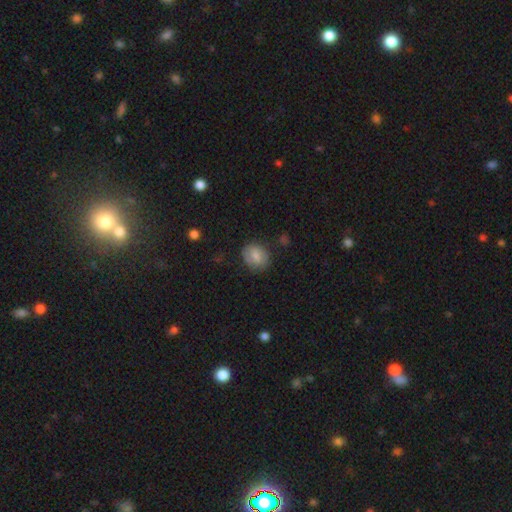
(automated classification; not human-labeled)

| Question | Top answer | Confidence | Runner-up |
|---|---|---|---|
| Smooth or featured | smooth | 73% | featured or disk (19%) |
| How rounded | round | 57% | in between (42%) |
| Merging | none | 77% | minor disturbance (17%) |